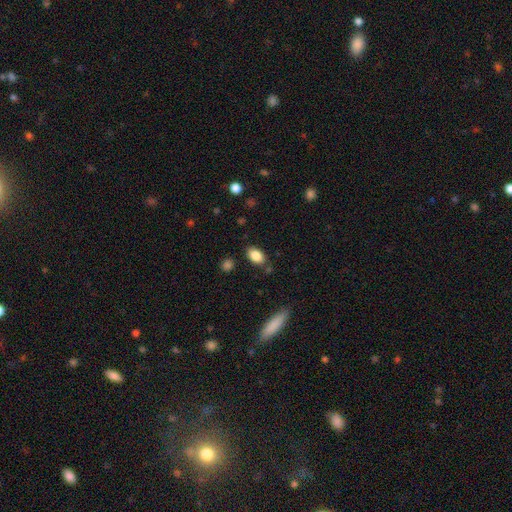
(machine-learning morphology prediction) Smooth or featured? Predicted: smooth (p=0.86). How rounded? Predicted: in between (p=0.89). Merging? Predicted: none (p=0.81).